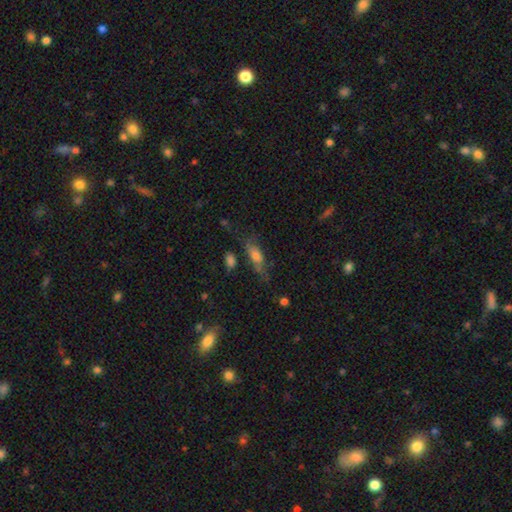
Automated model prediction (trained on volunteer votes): This is possibly a smooth galaxy (58%). How rounded: likely in between (63%). Merging: possibly none (52%).